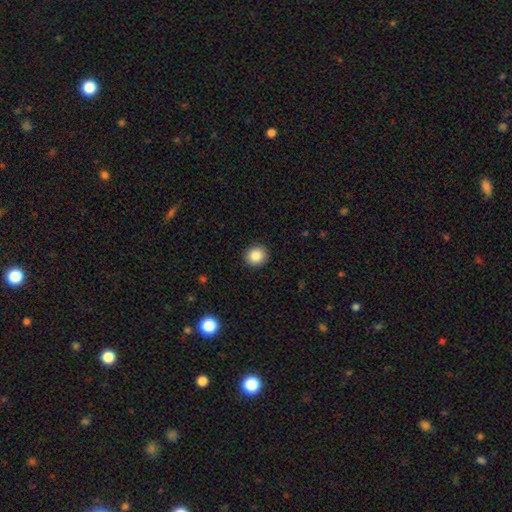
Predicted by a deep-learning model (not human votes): A smooth galaxy with no disk features (86%) that is round (88%). Merging: none (92%).